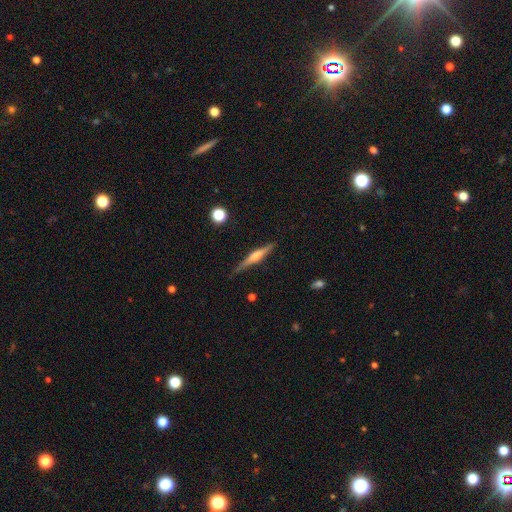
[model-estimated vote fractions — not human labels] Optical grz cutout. It shows a featured or disk galaxy (69%) viewed edge-on (98%) with a rounded central bulge (78%). Merging: none (87%).